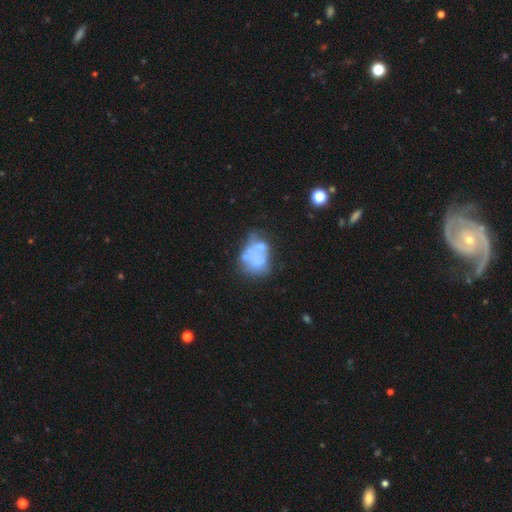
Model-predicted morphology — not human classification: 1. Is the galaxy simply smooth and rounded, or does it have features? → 45% featured or disk, 44% smooth, 10% star or artifact.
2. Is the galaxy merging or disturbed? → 32% none, 26% minor disturbance, 22% major disturbance, 21% merger.